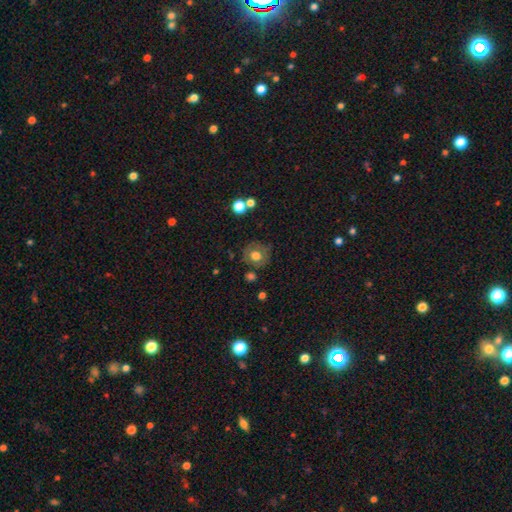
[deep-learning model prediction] Morphology: type=smooth (63%); roundness=round (83%); merging=none (72%).